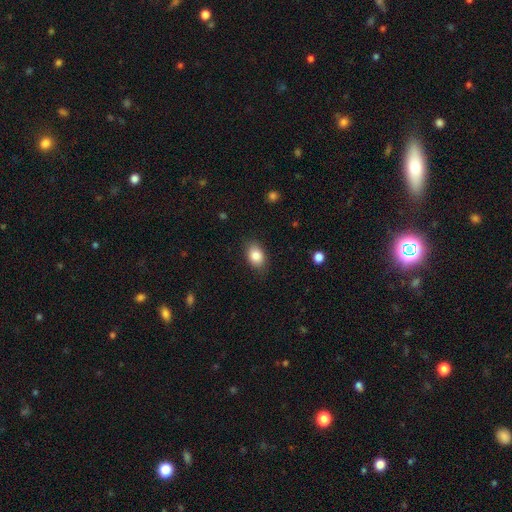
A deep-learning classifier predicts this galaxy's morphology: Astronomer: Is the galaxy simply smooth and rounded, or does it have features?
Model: smooth — 84%.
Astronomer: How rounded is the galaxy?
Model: in between — 83%.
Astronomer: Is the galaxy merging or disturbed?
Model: none — 83%.